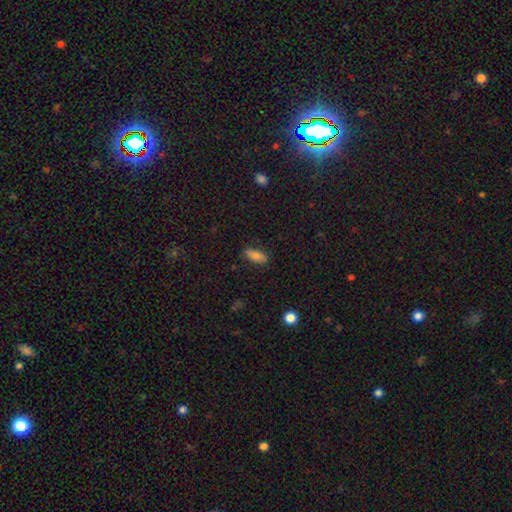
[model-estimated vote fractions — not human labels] The model was most divided on "how rounded": in between: 78%, cigar-shaped: 19%, round: 3%. More confident: merging — none (84%); smooth or featured — smooth (80%).